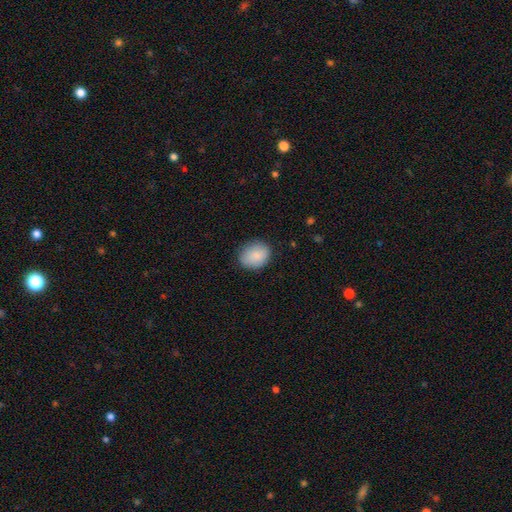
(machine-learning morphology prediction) Smooth or featured: smooth — 86% (star or artifact — 7%)
How rounded: round — 56% (in between — 43%)
Merging: none — 80% (minor disturbance — 15%)